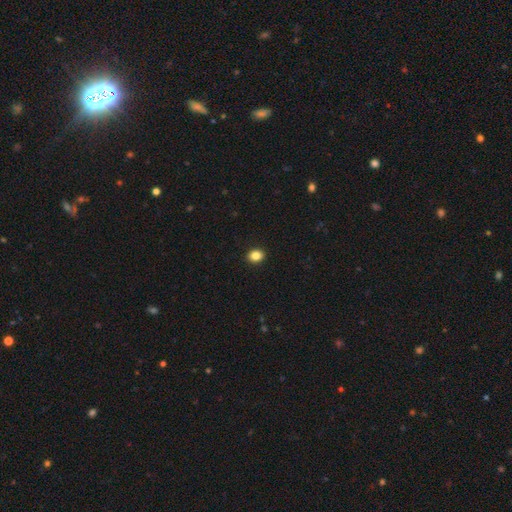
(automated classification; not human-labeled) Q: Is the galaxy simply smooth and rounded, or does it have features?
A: smooth — 85%.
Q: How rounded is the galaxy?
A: in between — 53%.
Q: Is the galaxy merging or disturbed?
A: none — 92%.